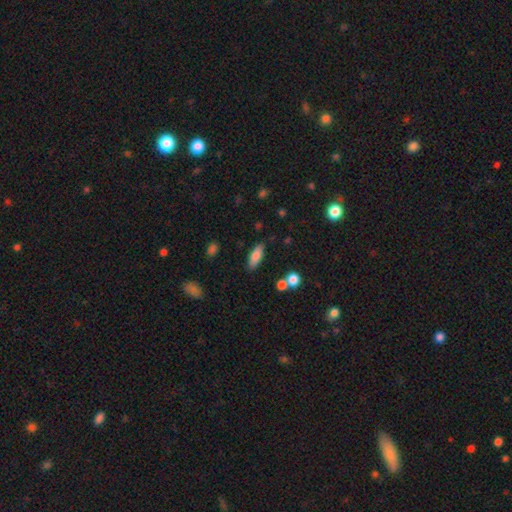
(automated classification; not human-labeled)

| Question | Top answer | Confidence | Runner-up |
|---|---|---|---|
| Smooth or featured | smooth | 78% | featured or disk (15%) |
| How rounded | in between | 70% | cigar-shaped (27%) |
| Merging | none | 82% | minor disturbance (11%) |